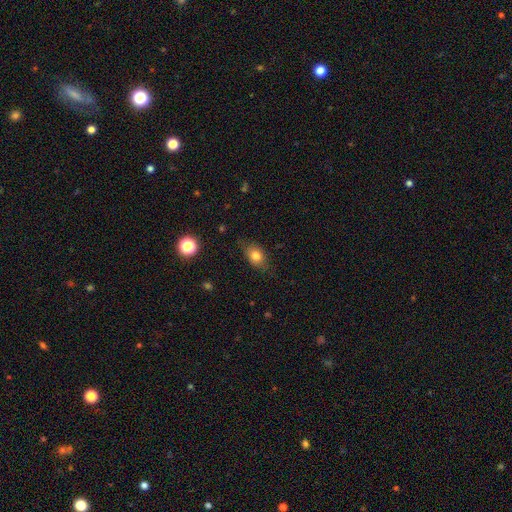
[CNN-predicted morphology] A smooth galaxy with no disk features (79%) that is in between round and cigar-shaped (68%).

Vote fractions:
- Smooth or featured? smooth: 79% / featured or disk: 11% / star or artifact: 10%
- How rounded? in between: 68% / round: 30% / cigar-shaped: 2%
- Merging? none: 74% / minor disturbance: 20% / major disturbance: 5% / merger: 1%